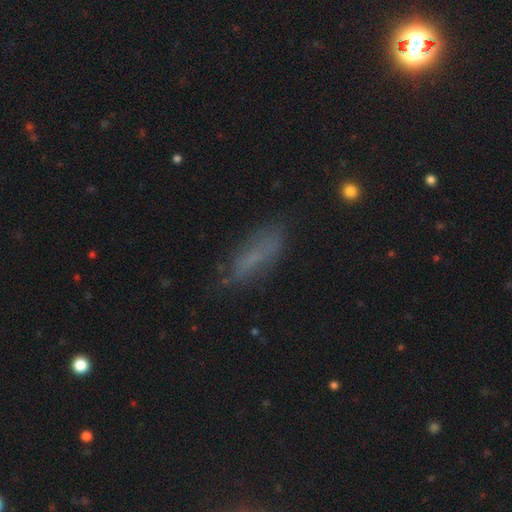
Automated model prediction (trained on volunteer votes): This appears to be a smooth galaxy with no disk features (58%) that is in between round and cigar-shaped (49%). Merging: none (65%).